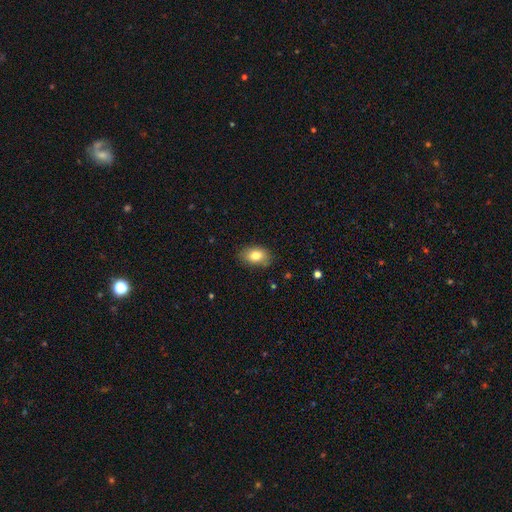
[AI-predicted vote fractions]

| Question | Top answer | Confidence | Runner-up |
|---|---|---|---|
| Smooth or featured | smooth | 81% | featured or disk (11%) |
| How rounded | in between | 85% | round (14%) |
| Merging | none | 82% | minor disturbance (14%) |